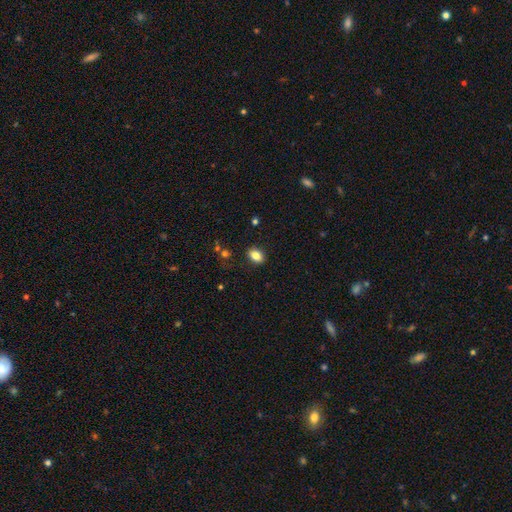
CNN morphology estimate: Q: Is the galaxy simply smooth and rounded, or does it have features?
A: smooth — 83%.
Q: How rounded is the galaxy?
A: in between — 82%.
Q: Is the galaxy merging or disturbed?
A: none — 87%.